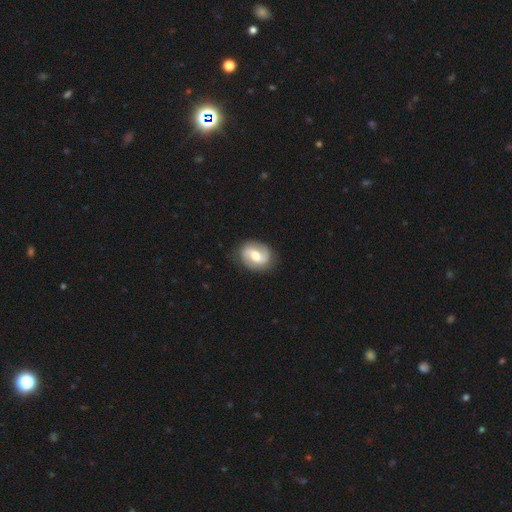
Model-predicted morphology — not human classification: A featured or disk galaxy (69%) with a weak bar (46%), 2 (89%) medium (41%) spiral arms (87%) and a moderate central bulge (70%). Merging: none (85%).